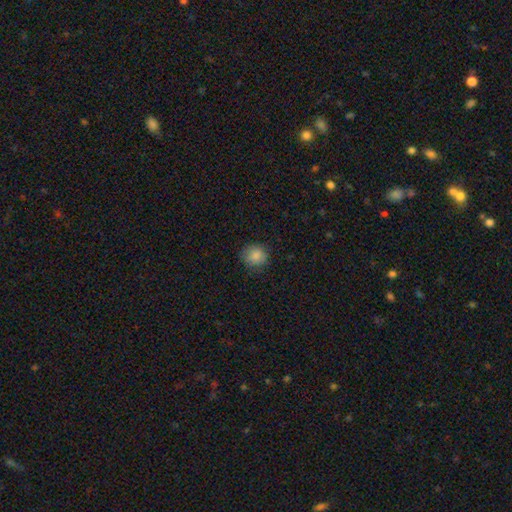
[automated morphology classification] This appears to be a smooth galaxy with no disk features (86%) that is round (86%). Merging: none (84%).